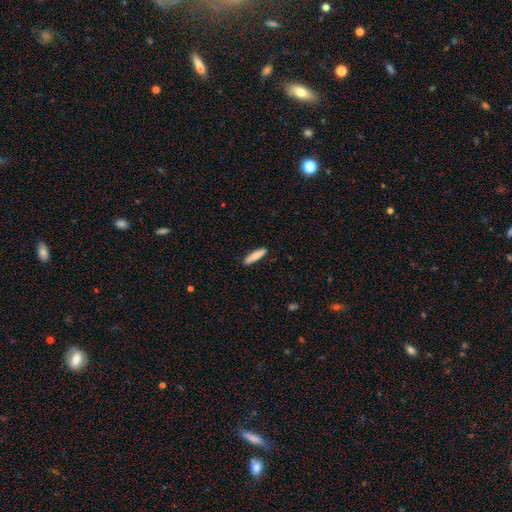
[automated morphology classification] Smooth or featured: smooth — 80% (featured or disk — 15%)
How rounded: cigar-shaped — 80% (in between — 18%)
Merging: none — 89% (minor disturbance — 8%)